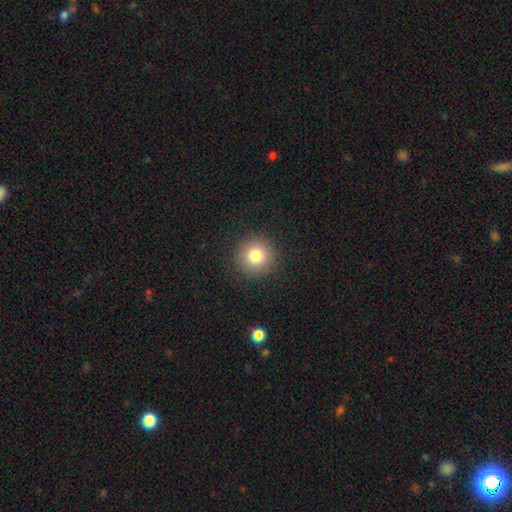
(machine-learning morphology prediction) type=smooth (83%); roundness=round (95%); merging=none (91%).